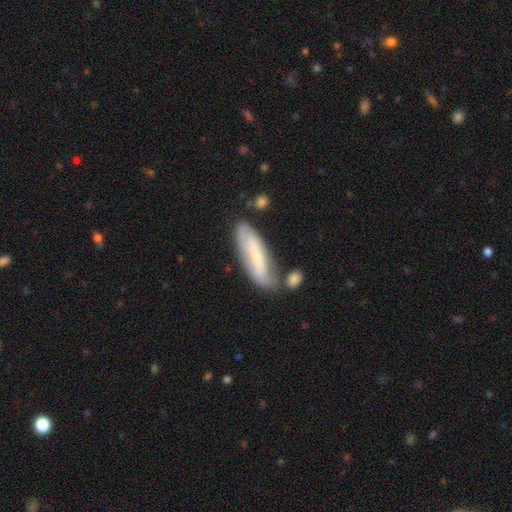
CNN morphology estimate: type=smooth (50%); roundness=cigar-shaped (56%); merging=none (60%).